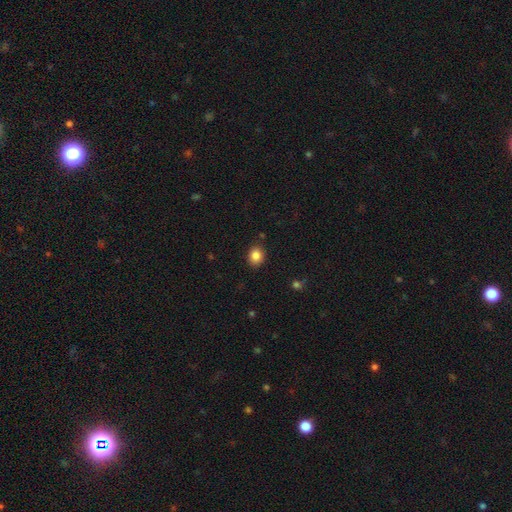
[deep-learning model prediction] Morphology: type=smooth (85%); roundness=round (56%); merging=none (87%).